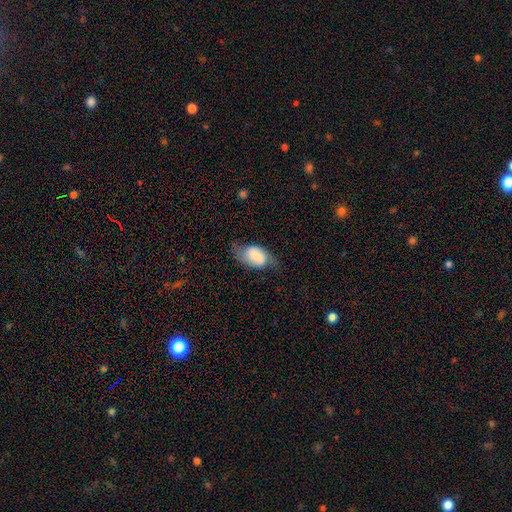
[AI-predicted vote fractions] A smooth galaxy with no disk features (56%) that is in between round and cigar-shaped (89%). Merging: none (53%).